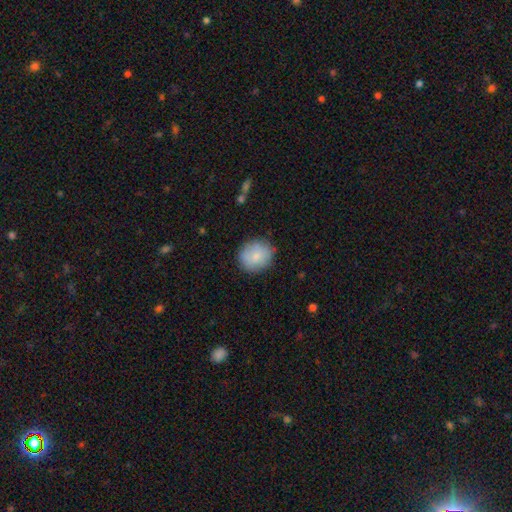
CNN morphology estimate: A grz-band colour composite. It shows a smooth galaxy with no disk features (81%) that is round (76%). Merging: none (81%).